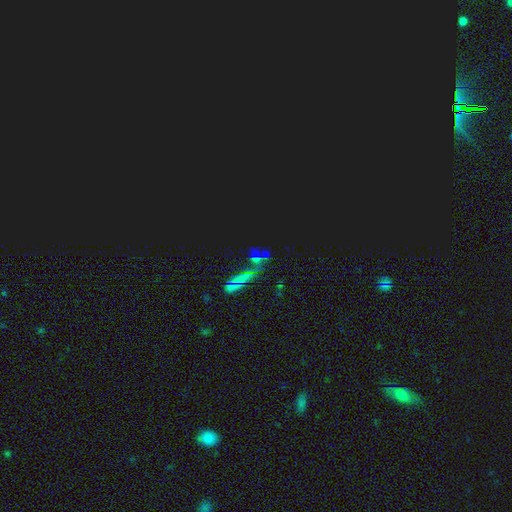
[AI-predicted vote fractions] Morphology: type=star or artifact (68%).